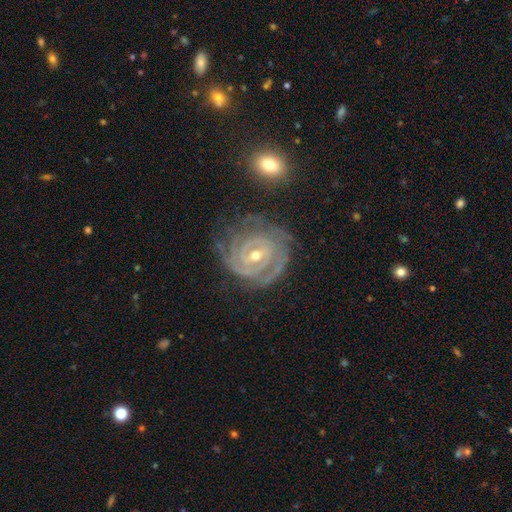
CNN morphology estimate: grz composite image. It shows a featured or disk galaxy (90%) with a weak bar (47%), 2 (28%) tight (82%) spiral arms (97%) and a moderate central bulge (49%). Merging: none (68%).